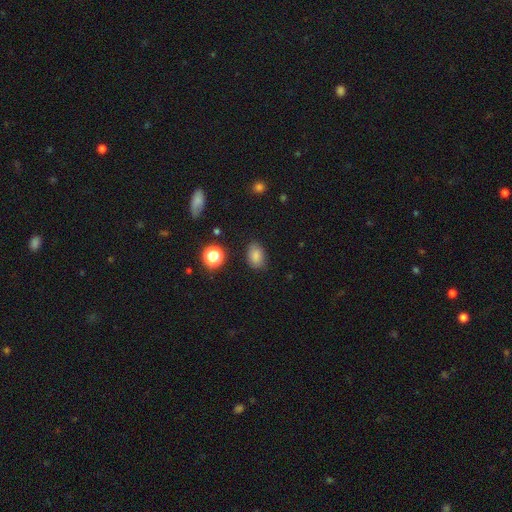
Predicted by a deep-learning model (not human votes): A smooth galaxy with no disk features (82%) that is in between round and cigar-shaped (81%). Merging: none (81%).